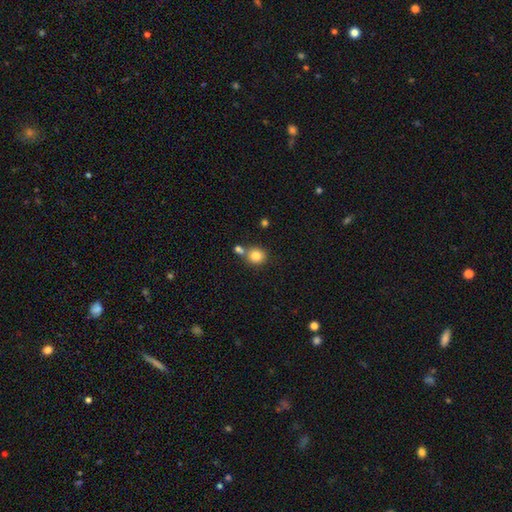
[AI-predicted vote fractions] A smooth galaxy with no disk features (83%) that is round (88%).

Vote fractions:
- Smooth or featured? smooth: 83% / star or artifact: 10% / featured or disk: 7%
- How rounded? round: 88% / in between: 11% / cigar-shaped: 1%
- Merging? none: 63% / merger: 25% / minor disturbance: 9% / major disturbance: 3%